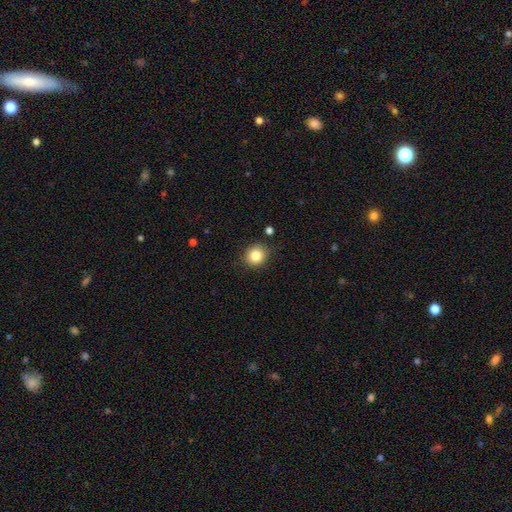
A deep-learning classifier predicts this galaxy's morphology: smooth-or-featured: smooth: 83% | star or artifact: 10% | featured or disk: 7%
  how-rounded: round: 81% | in between: 18% | cigar-shaped: 1%
  merging: none: 85% | minor disturbance: 11% | major disturbance: 3% | merger: 2%